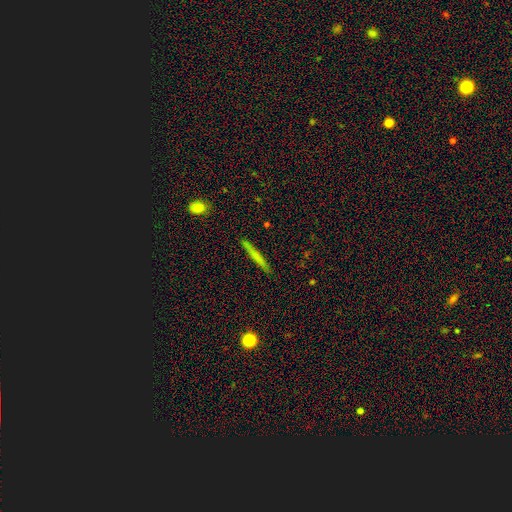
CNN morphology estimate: A smooth galaxy with no disk features (61%) that is cigar-shaped (96%). Merging: none (90%).